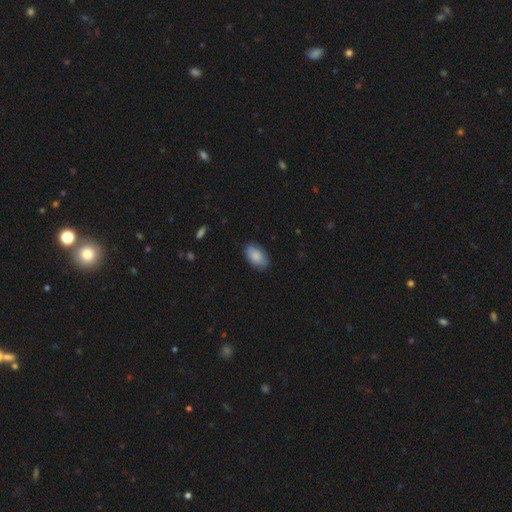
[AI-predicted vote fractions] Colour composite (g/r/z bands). It shows a smooth galaxy with no disk features (85%) that is in between round and cigar-shaped (94%). Merging: none (81%).